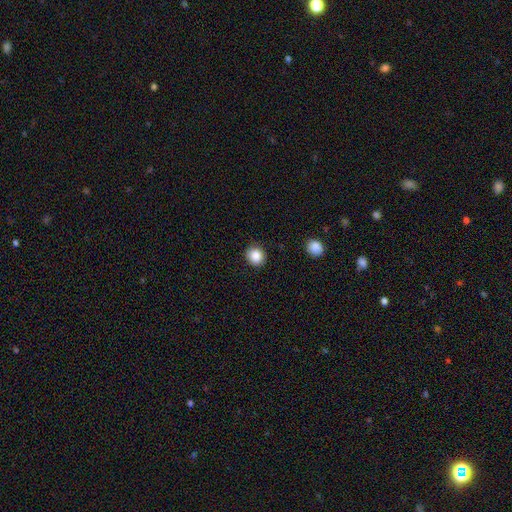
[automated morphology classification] Q: Smooth or featured?
A: smooth (87%); runner-up: star or artifact (9%)
Q: How rounded?
A: round (83%); runner-up: in between (16%)
Q: Merging?
A: none (90%); runner-up: minor disturbance (7%)